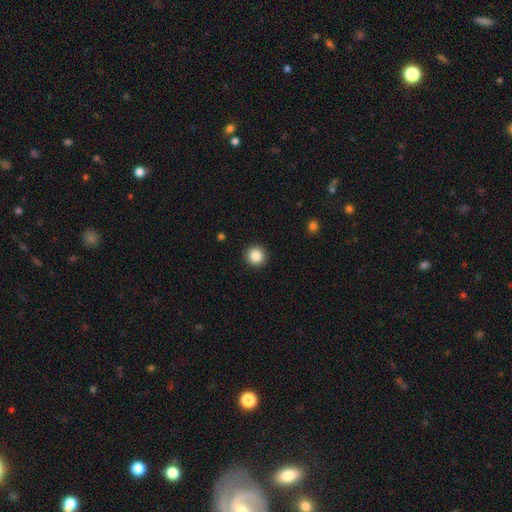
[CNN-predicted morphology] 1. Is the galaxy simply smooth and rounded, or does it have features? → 85% smooth, 10% star or artifact, 5% featured or disk.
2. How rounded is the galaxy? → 95% round, 4% in between, 1% cigar-shaped.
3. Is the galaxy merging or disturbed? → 93% none, 5% minor disturbance, 2% major disturbance, 1% merger.